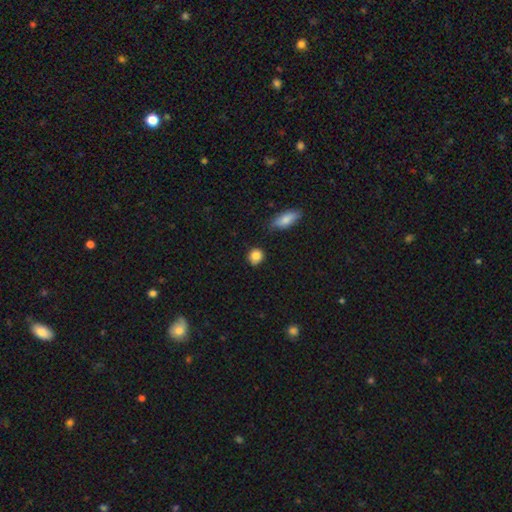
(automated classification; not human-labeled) A smooth galaxy with no disk features (86%) that is round (81%). Merging: none (81%).